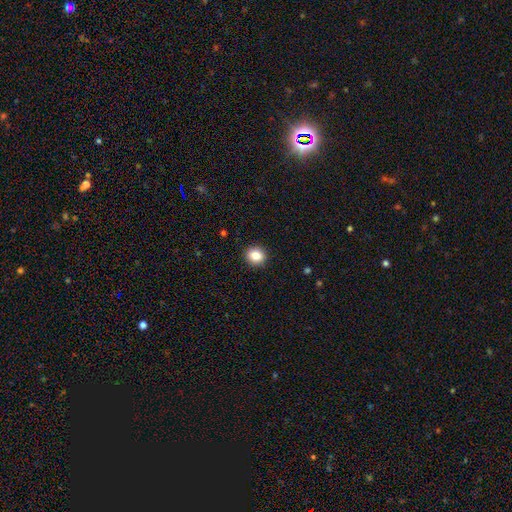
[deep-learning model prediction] This appears to be a smooth galaxy with no disk features (84%) that is round (84%). Merging: none (93%).